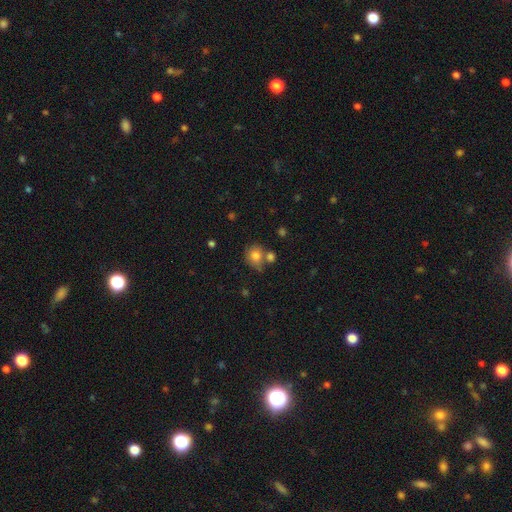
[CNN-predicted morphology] Smooth or featured? Predicted: smooth (p=0.79). How rounded? Predicted: round (p=0.75). Merging? Predicted: none (p=0.53).